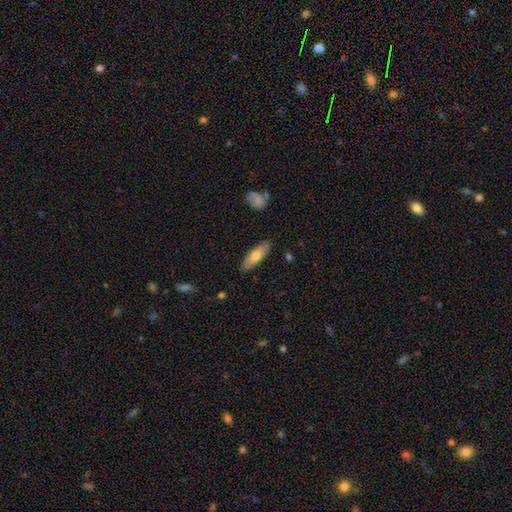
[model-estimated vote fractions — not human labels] Smooth or featured: smooth — 68% (featured or disk — 26%)
How rounded: in between — 55% (cigar-shaped — 43%)
Merging: none — 87% (minor disturbance — 10%)